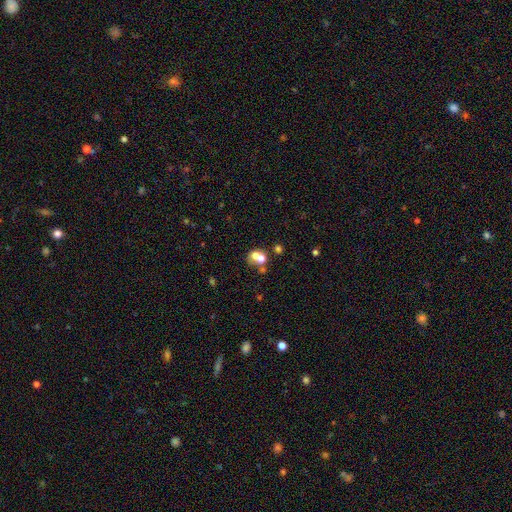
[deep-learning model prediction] A smooth galaxy with no disk features (60%) that is round (67%). Merging: merger (57%).